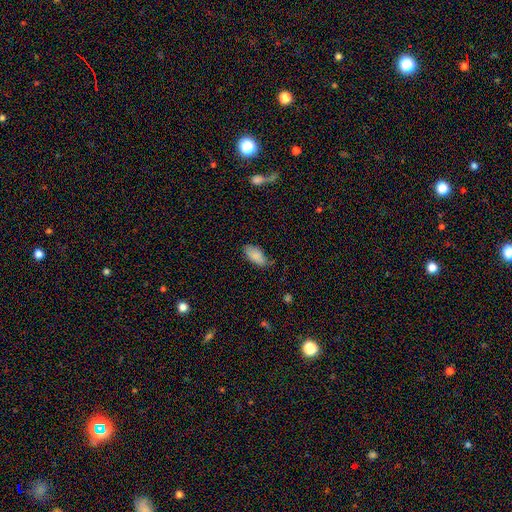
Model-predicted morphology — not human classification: Smooth or featured? smooth (86%)
How rounded? in between (90%)
Merging? none (69%)